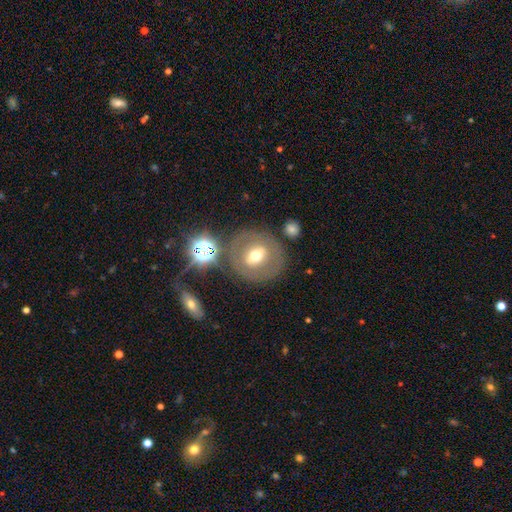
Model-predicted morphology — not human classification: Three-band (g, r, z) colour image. It shows a smooth galaxy with no disk features (46%). Merging: none (77%).